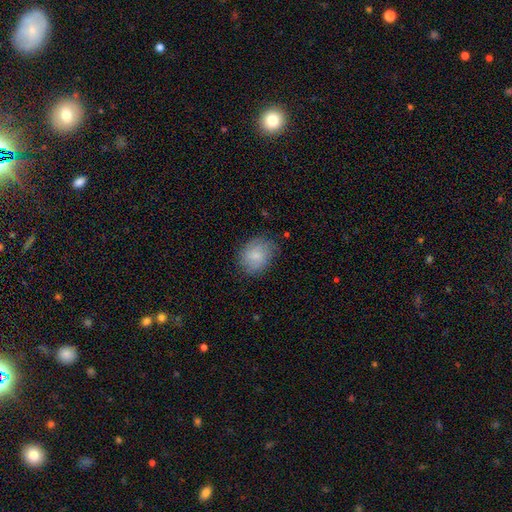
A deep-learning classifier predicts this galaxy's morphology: This is likely a smooth galaxy (76%). How rounded: possibly round (51%). Merging: likely none (75%).